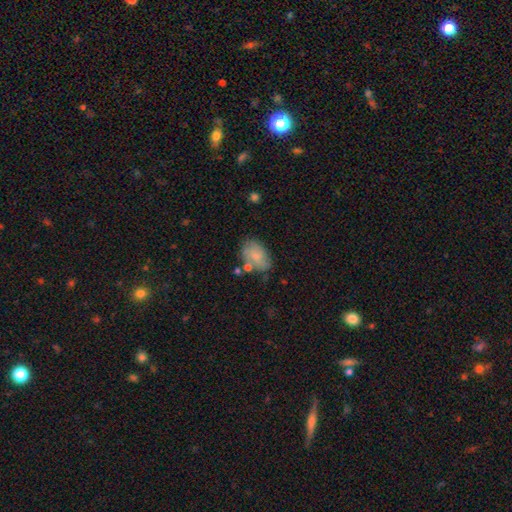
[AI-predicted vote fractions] Smooth or featured? smooth (73%)
How rounded? in between (85%)
Merging? none (57%)